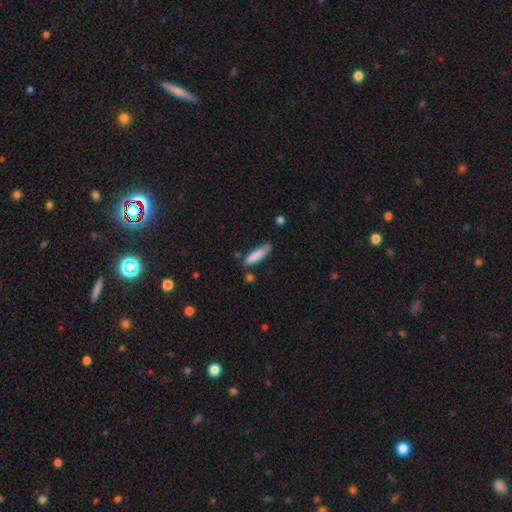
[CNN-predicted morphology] The model was most divided on "how rounded": cigar-shaped: 72%, in between: 27%, round: 1%. More confident: smooth or featured — smooth (84%); merging — none (72%).